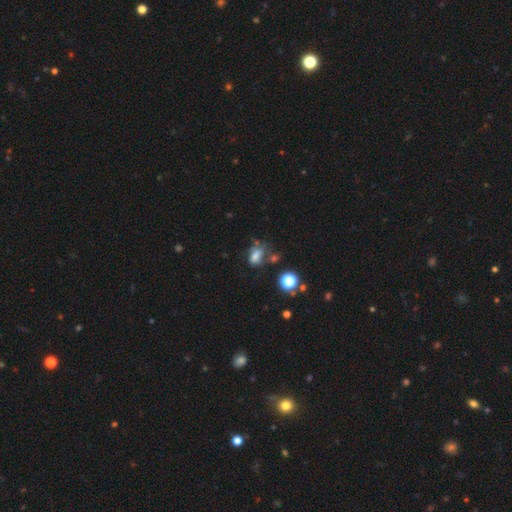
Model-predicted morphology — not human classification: This is likely a smooth galaxy (67%). How rounded: likely in between (78%). Merging: marginally none (42%).